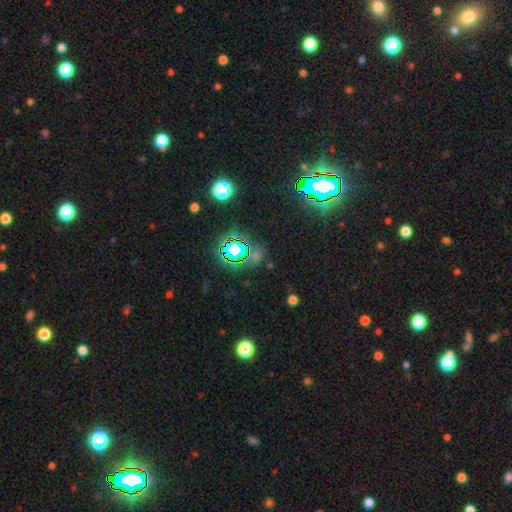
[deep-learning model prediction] Smooth or featured?
  - star or artifact: 75% *
  - smooth: 17%
  - featured or disk: 8%